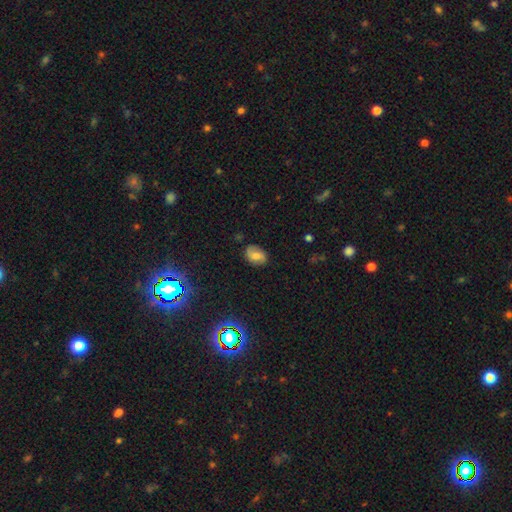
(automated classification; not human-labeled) Q: Smooth or featured?
A: smooth (62%); runner-up: featured or disk (27%)
Q: How rounded?
A: in between (77%); runner-up: round (22%)
Q: Merging?
A: none (77%); runner-up: minor disturbance (17%)